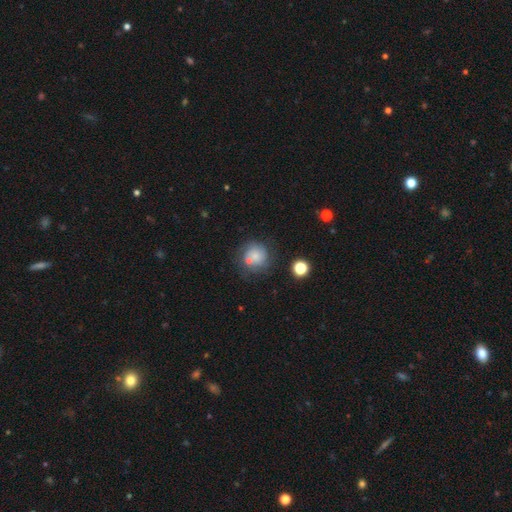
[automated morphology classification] Smooth or featured? smooth (59%)
How rounded? round (86%)
Merging? none (52%)